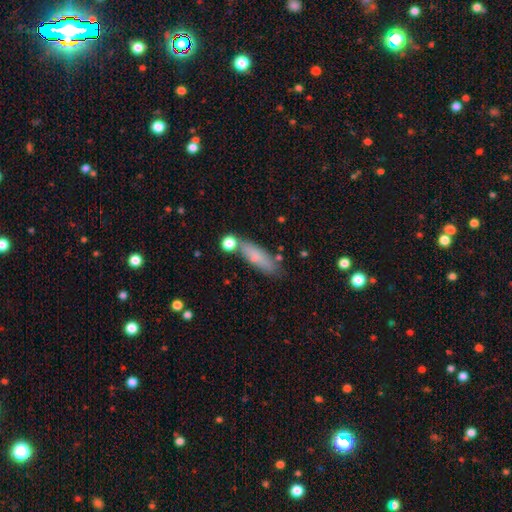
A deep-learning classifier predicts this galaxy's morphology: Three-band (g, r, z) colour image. It shows a smooth galaxy with no disk features (75%) that is cigar-shaped (59%). Merging: none (69%).